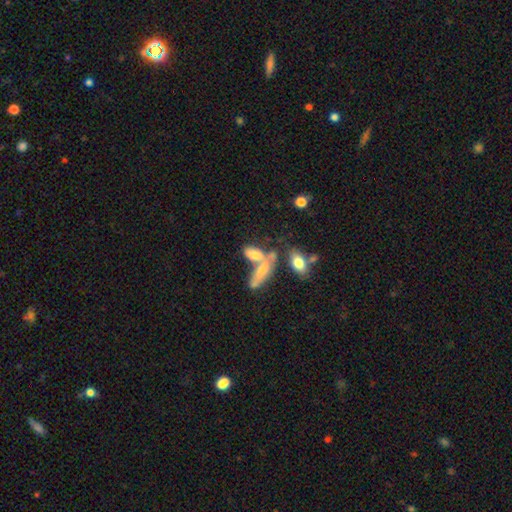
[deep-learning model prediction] Smooth or featured?
  - smooth: 57% *
  - featured or disk: 31%
  - star or artifact: 12%
How rounded?
  - in between: 69% *
  - cigar-shaped: 27%
  - round: 5%
Merging?
  - merger: 51% *
  - none: 30%
  - minor disturbance: 12%
  - major disturbance: 8%